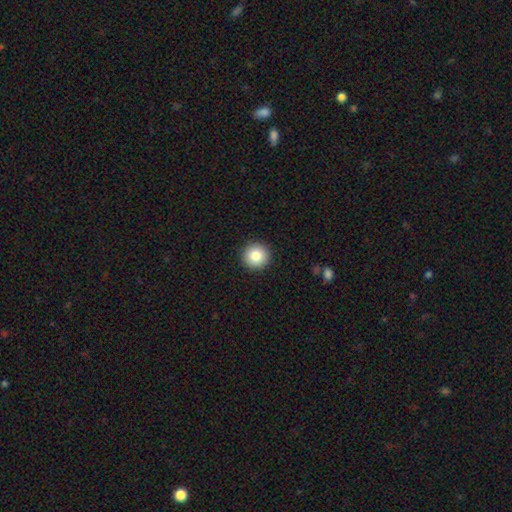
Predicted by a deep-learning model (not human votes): Smooth or featured: smooth — 84% (star or artifact — 9%)
How rounded: round — 96% (in between — 3%)
Merging: none — 93% (minor disturbance — 5%)